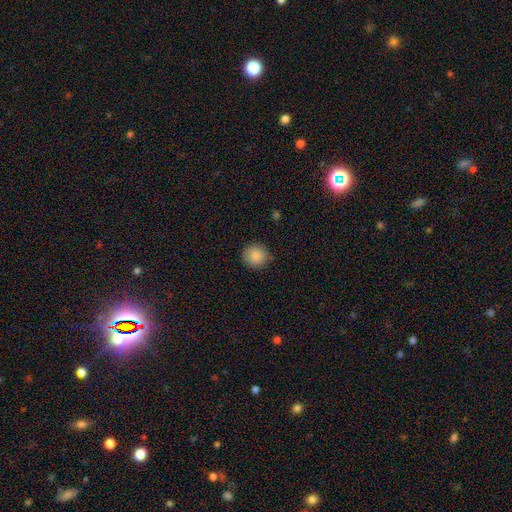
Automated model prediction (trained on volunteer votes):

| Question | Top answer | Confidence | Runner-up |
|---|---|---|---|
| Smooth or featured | smooth | 88% | star or artifact (9%) |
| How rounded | round | 91% | in between (9%) |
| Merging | none | 89% | minor disturbance (8%) |